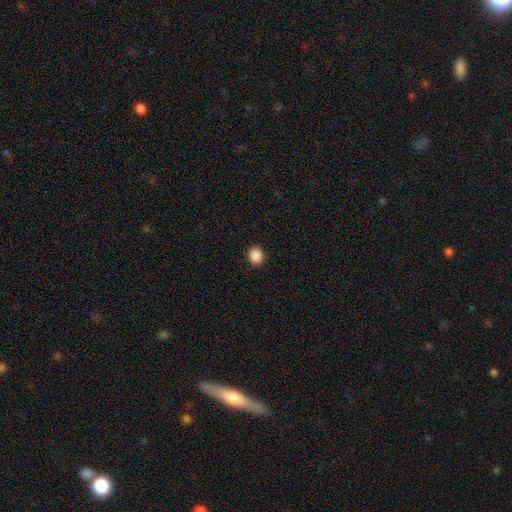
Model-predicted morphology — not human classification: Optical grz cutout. It shows a smooth galaxy with no disk features (89%) that is round (79%). Merging: none (91%).